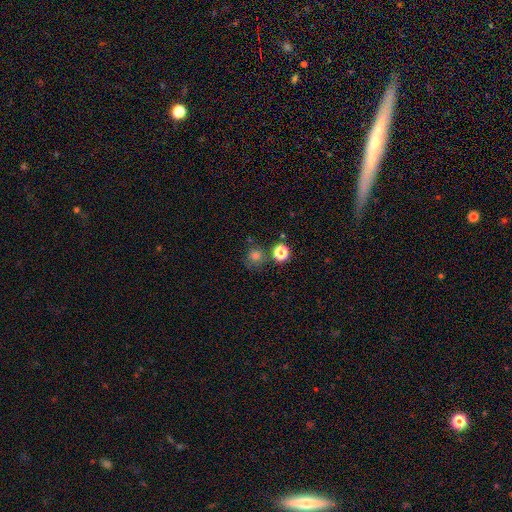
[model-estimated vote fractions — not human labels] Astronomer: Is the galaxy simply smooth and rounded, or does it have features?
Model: smooth — 74%.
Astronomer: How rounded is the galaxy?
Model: round — 88%.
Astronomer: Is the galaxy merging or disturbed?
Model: none — 69%.